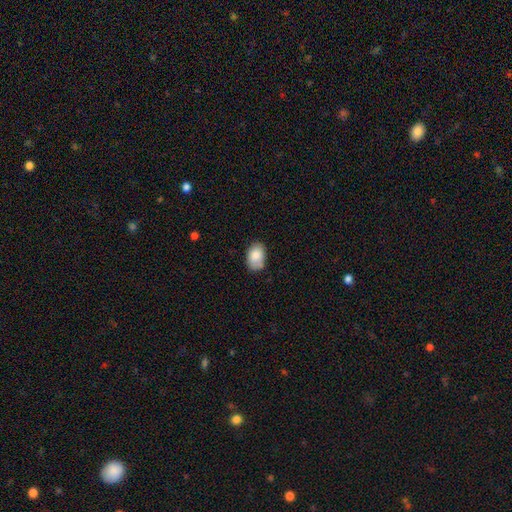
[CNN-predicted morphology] smooth-or-featured: smooth: 83% | featured or disk: 10% | star or artifact: 7%
  how-rounded: in between: 87% | round: 12% | cigar-shaped: 1%
  merging: none: 69% | minor disturbance: 24% | major disturbance: 4% | merger: 2%